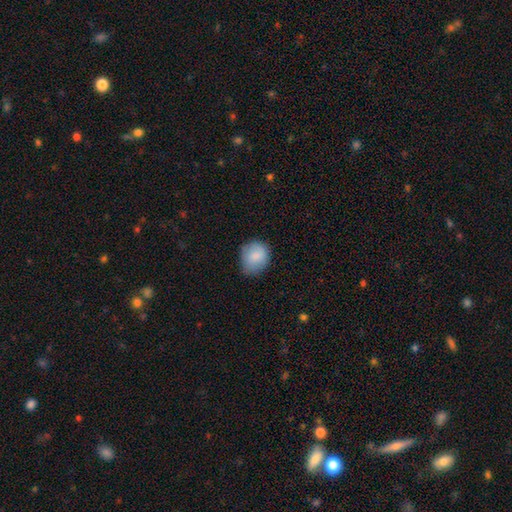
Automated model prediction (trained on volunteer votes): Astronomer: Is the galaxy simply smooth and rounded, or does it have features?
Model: smooth — 85%.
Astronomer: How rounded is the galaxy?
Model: round — 68%.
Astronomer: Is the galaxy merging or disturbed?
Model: none — 67%.